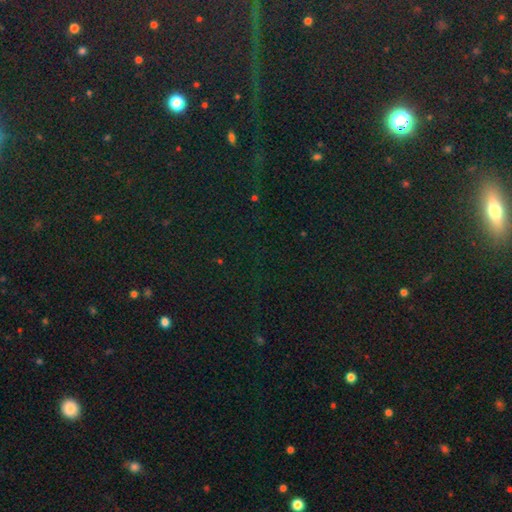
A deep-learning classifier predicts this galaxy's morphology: Smooth or featured?
  - star or artifact: 80% *
  - smooth: 12%
  - featured or disk: 8%